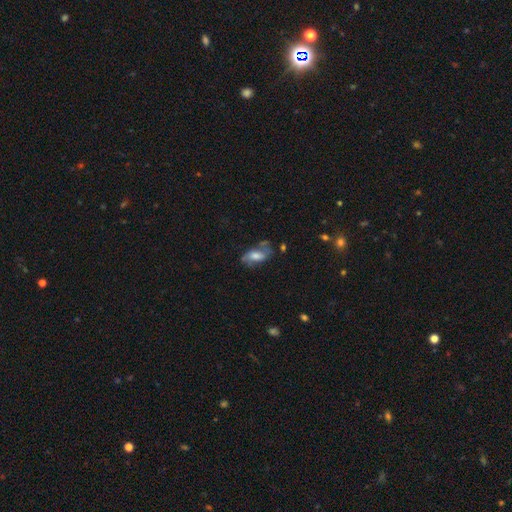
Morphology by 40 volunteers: Smooth or featured: smooth — 55% (featured or disk — 32%)
How rounded: in between — 82% (round — 14%)
Merging: none — 34% (minor disturbance — 29%)